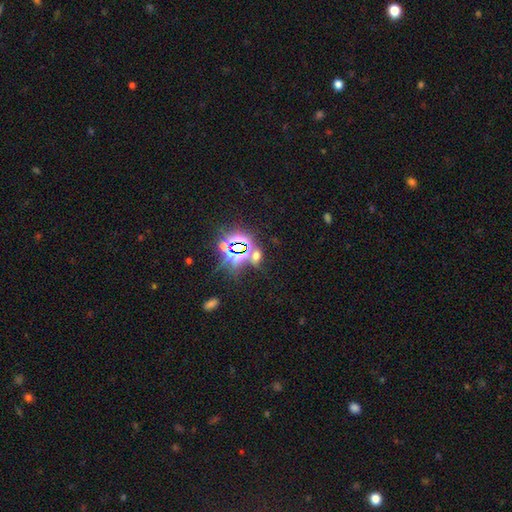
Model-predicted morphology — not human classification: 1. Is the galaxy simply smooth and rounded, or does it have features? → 62% star or artifact, 27% smooth, 10% featured or disk.